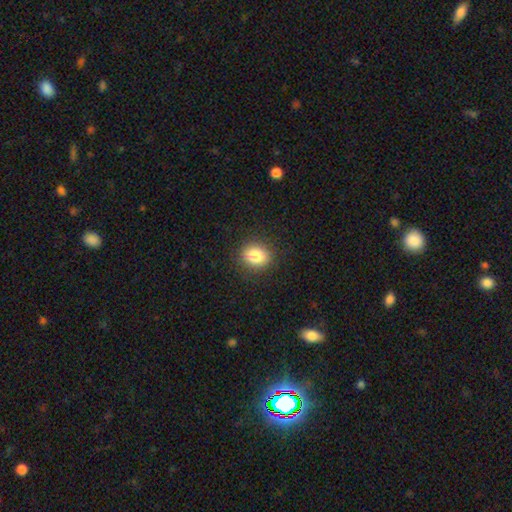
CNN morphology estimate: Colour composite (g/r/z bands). It shows a smooth galaxy with no disk features (85%) that is round (61%). Merging: none (87%).